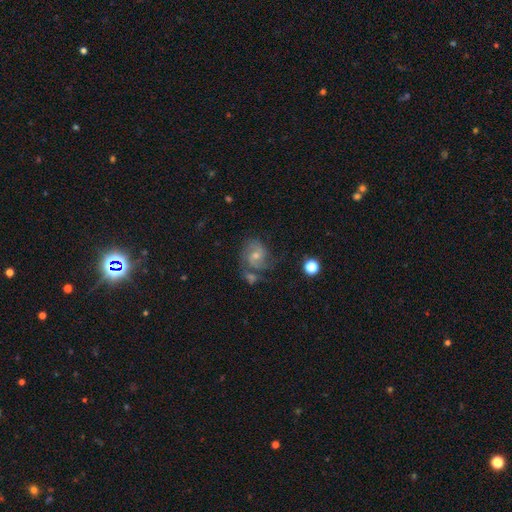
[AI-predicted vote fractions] Smooth or featured? featured or disk (72%)
Edge-on disk? no (98%)
Bar? no (54%)
Spiral arms? yes (91%)
Spiral winding? medium (49%)
Spiral arm count? 2 (65%)
Bulge size? small (49%)
Merging? none (47%)